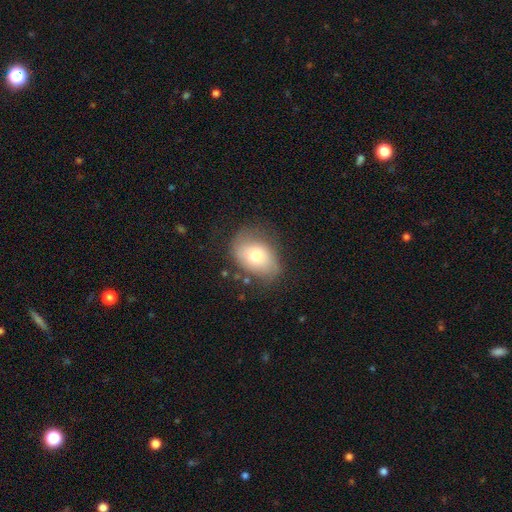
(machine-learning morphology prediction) Q: Smooth or featured?
A: smooth (68%); runner-up: featured or disk (24%)
Q: How rounded?
A: in between (80%); runner-up: round (19%)
Q: Merging?
A: none (61%); runner-up: minor disturbance (27%)